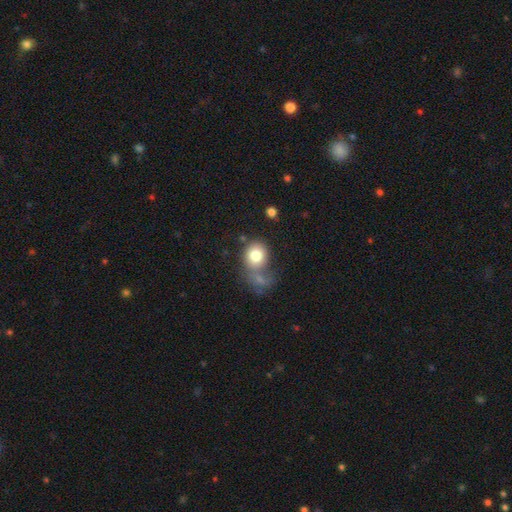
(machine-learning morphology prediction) smooth-or-featured: smooth: 80% | featured or disk: 11% | star or artifact: 9%
  how-rounded: round: 69% | in between: 30% | cigar-shaped: 1%
  merging: none: 41% | merger: 27% | minor disturbance: 17% | major disturbance: 14%